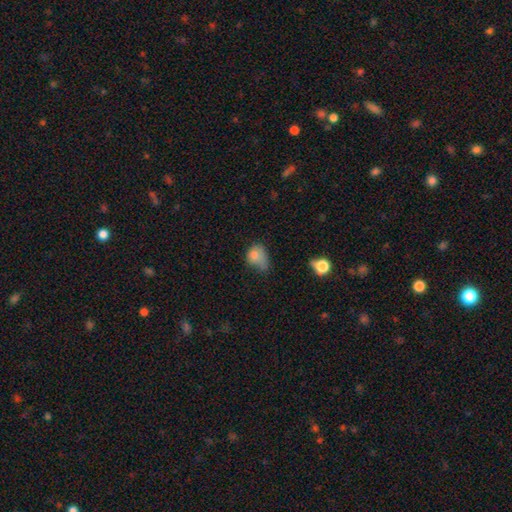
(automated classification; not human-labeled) Overall: smooth (75%). How rounded: in between (62%; round 36%). Merging: minor disturbance (36%; major disturbance 33%).